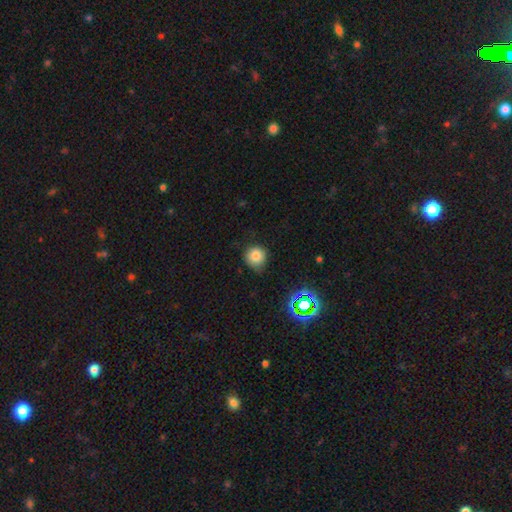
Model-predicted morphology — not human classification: Overall: smooth (79%). How rounded: round (91%). Merging: none (70%).